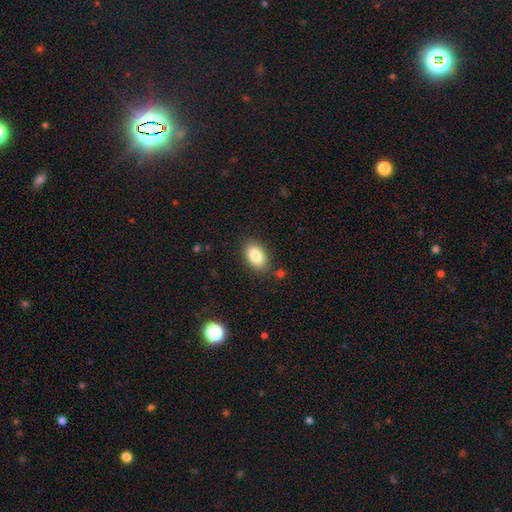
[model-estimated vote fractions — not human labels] Overall: smooth (85%). How rounded: in between (90%). Merging: none (84%).